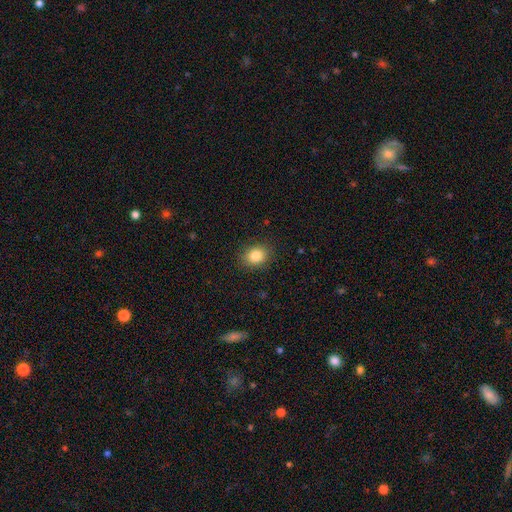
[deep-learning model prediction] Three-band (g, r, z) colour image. It shows a smooth galaxy with no disk features (85%) that is in between round and cigar-shaped (56%). Merging: none (87%).